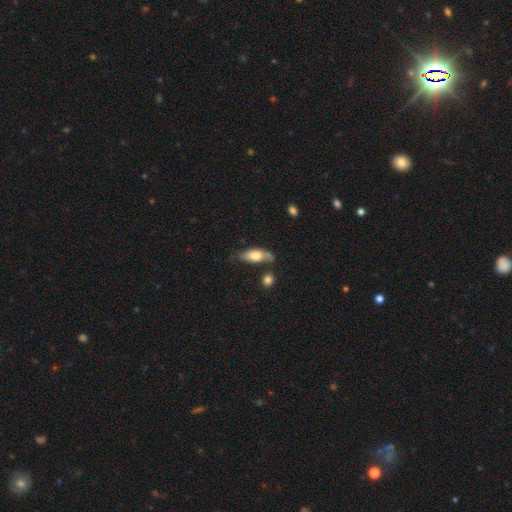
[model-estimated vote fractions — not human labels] Morphology: type=smooth (67%); roundness=in between (80%); merging=none (48%).